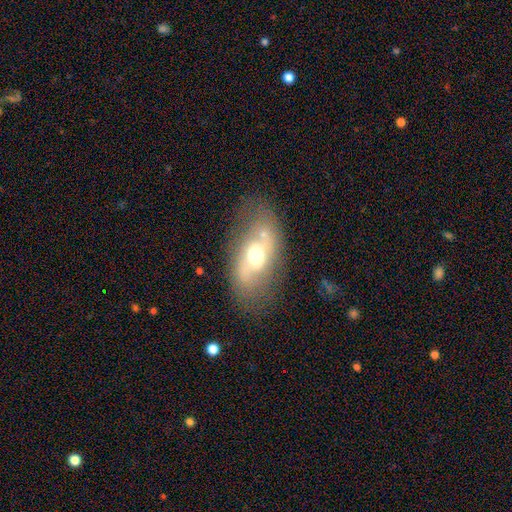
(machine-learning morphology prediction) A featured or disk galaxy (54%). Merging: none (66%).